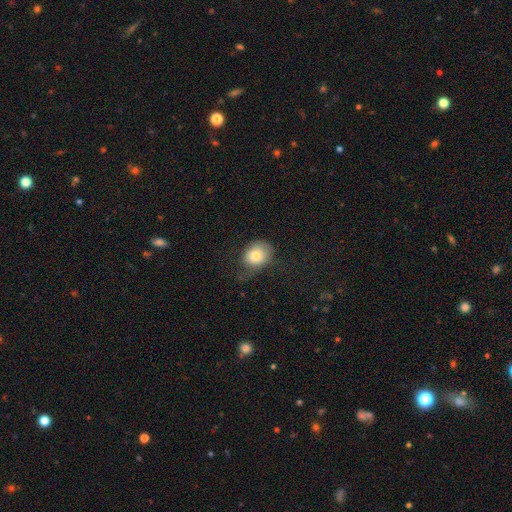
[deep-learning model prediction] The model was most divided on "how rounded": round: 56%, in between: 43%, cigar-shaped: 1%. Remaining: smooth or featured — smooth (78%); merging — none (47%).